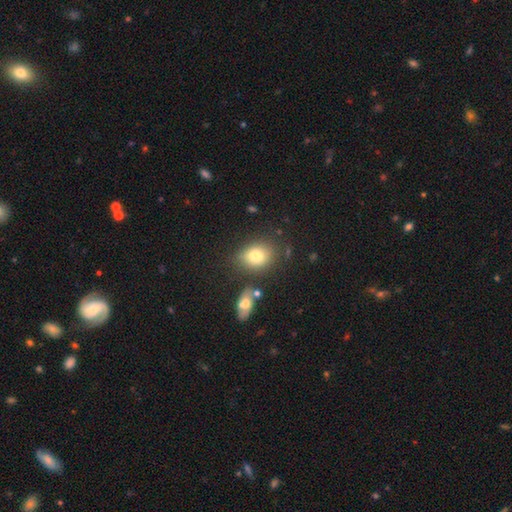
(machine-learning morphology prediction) A smooth galaxy with no disk features (79%) that is in between round and cigar-shaped (58%).

Vote fractions:
- Smooth or featured? smooth: 79% / featured or disk: 11% / star or artifact: 10%
- How rounded? in between: 58% / round: 41% / cigar-shaped: 1%
- Merging? none: 72% / minor disturbance: 15% / merger: 8% / major disturbance: 5%